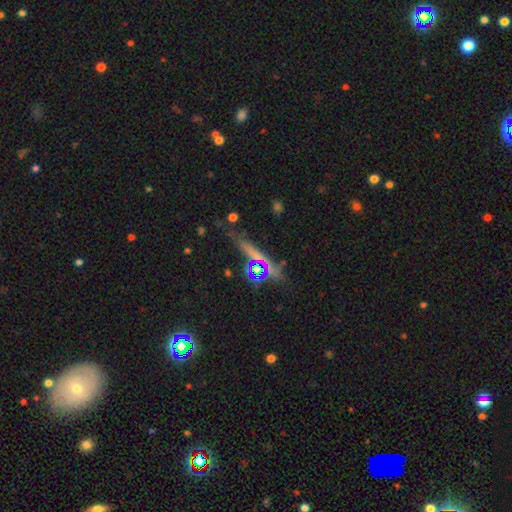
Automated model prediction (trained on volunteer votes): Smooth or featured?
  - featured or disk: 42% *
  - smooth: 33%
  - star or artifact: 25%
Merging?
  - none: 72% *
  - minor disturbance: 13%
  - merger: 9%
  - major disturbance: 6%